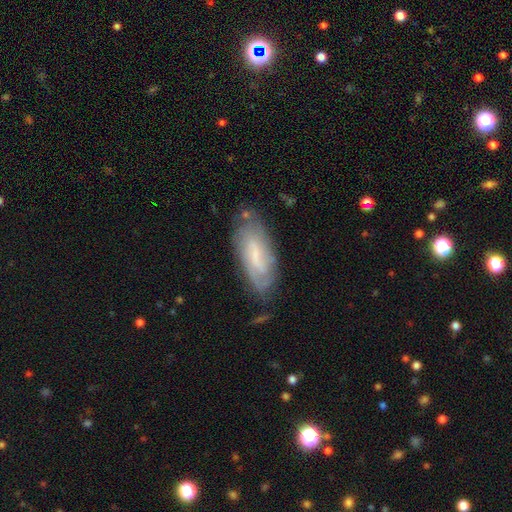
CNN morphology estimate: featured or disk 55%, smooth 37%, star or artifact 7%. Down the decision tree: edge-on disk — no (86%); merging — none (69%).